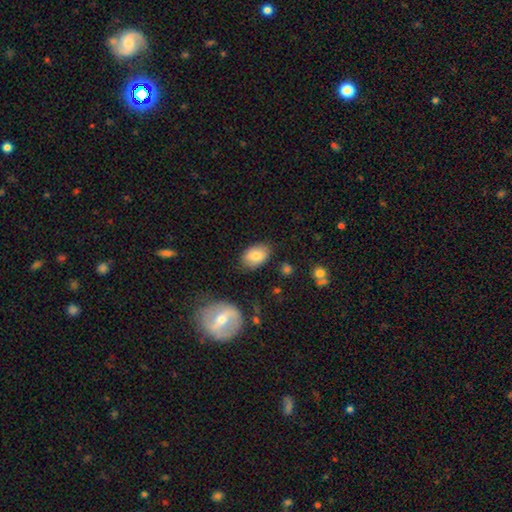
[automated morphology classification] Smooth or featured?
  - smooth: 80% *
  - featured or disk: 12%
  - star or artifact: 7%
How rounded?
  - in between: 87% *
  - round: 12%
  - cigar-shaped: 1%
Merging?
  - none: 79% *
  - minor disturbance: 15%
  - major disturbance: 3%
  - merger: 2%